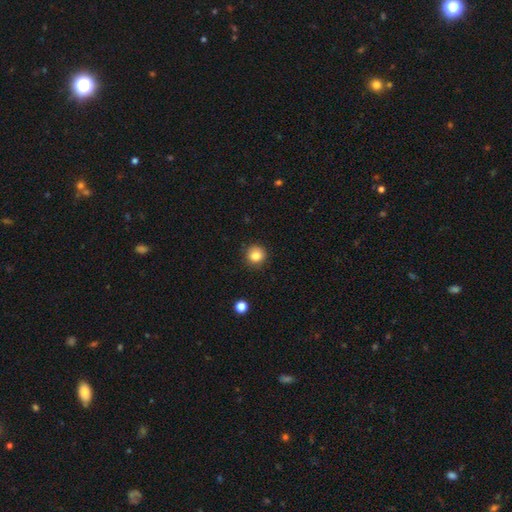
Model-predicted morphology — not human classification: Smooth or featured?
  - smooth: 83% *
  - star or artifact: 11%
  - featured or disk: 6%
How rounded?
  - round: 93% *
  - in between: 6%
  - cigar-shaped: 1%
Merging?
  - none: 89% *
  - minor disturbance: 8%
  - major disturbance: 2%
  - merger: 1%